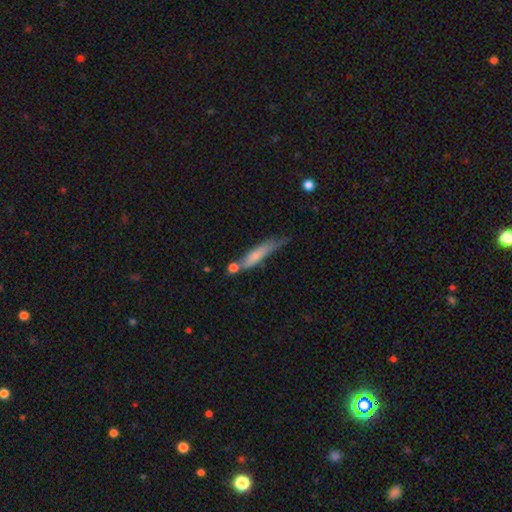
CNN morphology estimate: smooth 62%, featured or disk 31%, star or artifact 7%. Down the decision tree: how rounded — cigar-shaped (84%); merging — none (47%).